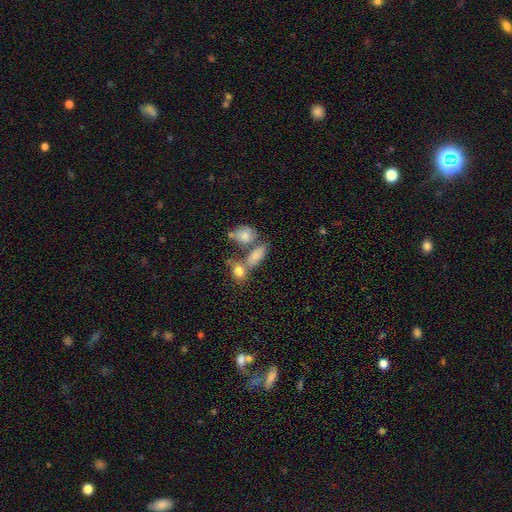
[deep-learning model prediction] Smooth or featured? smooth (77%)
How rounded? in between (75%)
Merging? none (40%, tied with merger)